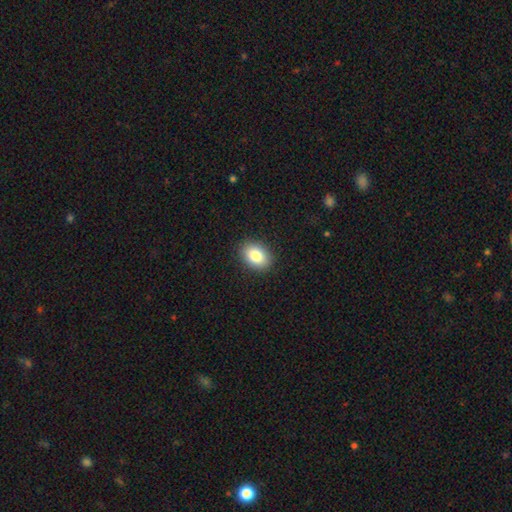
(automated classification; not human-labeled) A smooth galaxy with no disk features (84%) that is in between round and cigar-shaped (75%).

Vote fractions:
- Smooth or featured? smooth: 84% / star or artifact: 8% / featured or disk: 8%
- How rounded? in between: 75% / round: 24% / cigar-shaped: 1%
- Merging? none: 90% / minor disturbance: 7% / major disturbance: 2% / merger: 1%